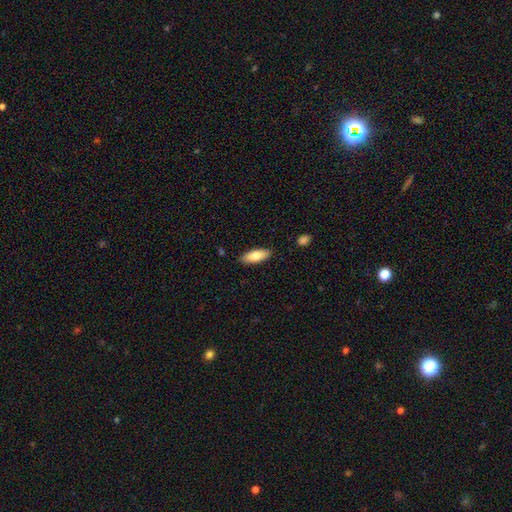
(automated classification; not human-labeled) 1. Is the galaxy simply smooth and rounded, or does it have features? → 80% smooth, 14% featured or disk, 6% star or artifact.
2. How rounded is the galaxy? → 76% in between, 22% cigar-shaped, 2% round.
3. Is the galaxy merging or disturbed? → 87% none, 10% minor disturbance, 2% major disturbance, 1% merger.